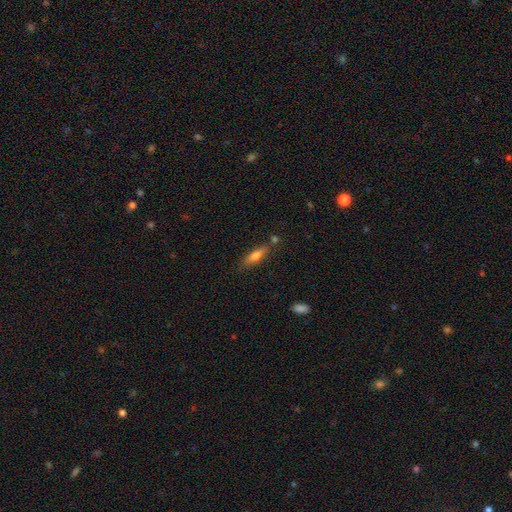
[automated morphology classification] Q: Smooth or featured?
A: smooth (71%); runner-up: featured or disk (21%)
Q: How rounded?
A: cigar-shaped (54%); runner-up: in between (43%)
Q: Merging?
A: none (74%); runner-up: minor disturbance (15%)